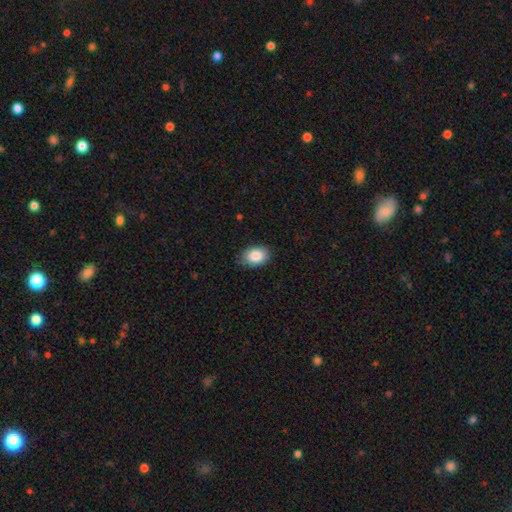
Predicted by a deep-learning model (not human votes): Smooth or featured? Predicted: smooth (p=0.87). How rounded? Predicted: in between (p=0.78). Merging? Predicted: none (p=0.79).